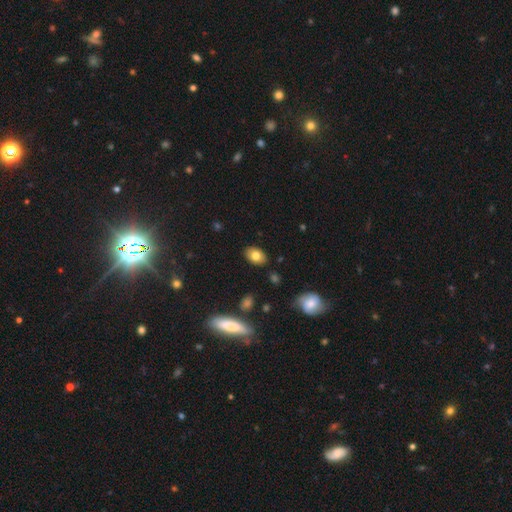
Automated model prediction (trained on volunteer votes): Smooth or featured? smooth (78%)
How rounded? in between (86%)
Merging? none (86%)